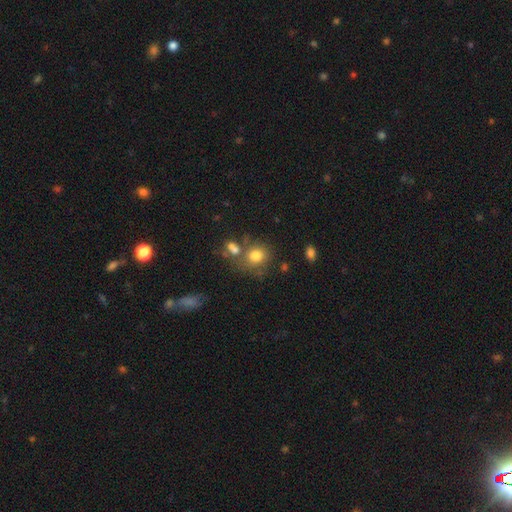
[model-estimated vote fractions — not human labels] smooth_or_featured: smooth (p=0.77) [alt: star or artifact p=0.12]
how_rounded: round (p=0.65) [alt: in between p=0.34]
merging: none (p=0.57) [alt: merger p=0.21]